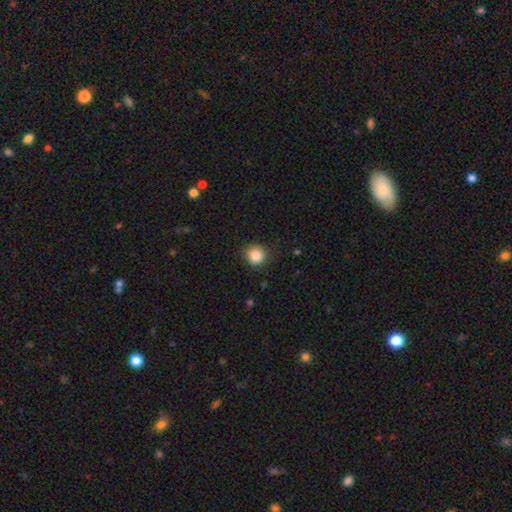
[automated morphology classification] Smooth or featured? Predicted: smooth (p=0.86). How rounded? Predicted: round (p=0.90). Merging? Predicted: none (p=0.85).